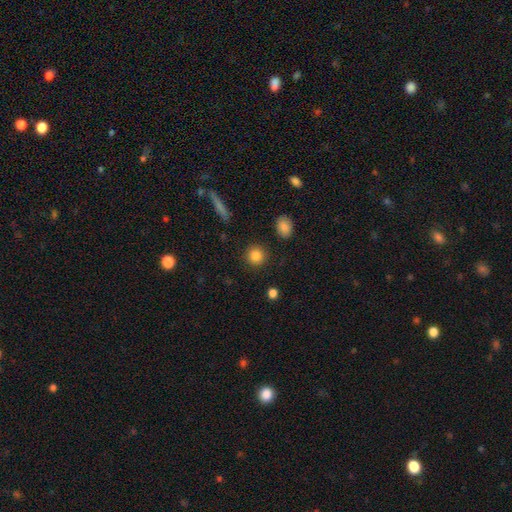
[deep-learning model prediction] Smooth or featured? smooth (85%)
How rounded? round (91%)
Merging? none (90%)